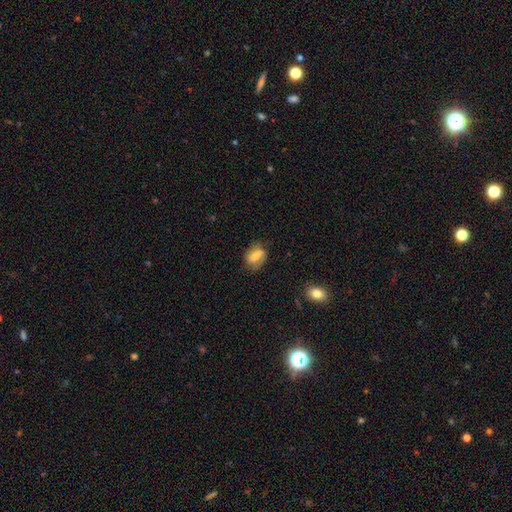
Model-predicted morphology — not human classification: smooth_or_featured: smooth (p=0.56) [alt: featured or disk p=0.35]
how_rounded: in between (p=0.72) [alt: round p=0.25]
merging: none (p=0.66) [alt: minor disturbance p=0.24]